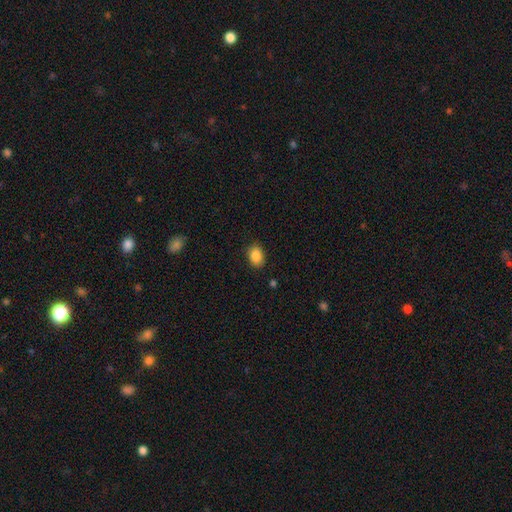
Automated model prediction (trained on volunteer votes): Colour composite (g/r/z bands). It shows a smooth galaxy with no disk features (87%) that is in between round and cigar-shaped (73%). Merging: none (86%).